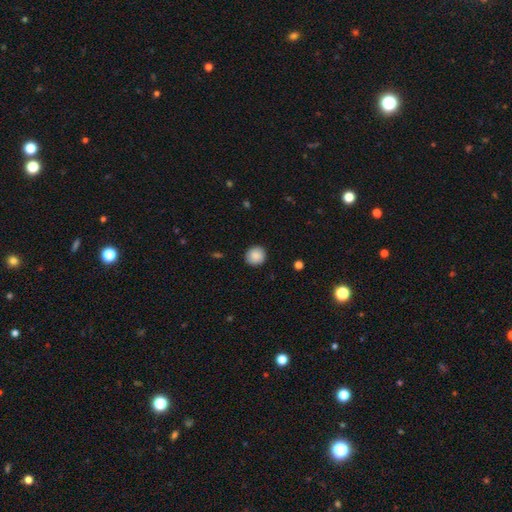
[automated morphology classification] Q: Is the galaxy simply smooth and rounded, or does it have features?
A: smooth — 88%.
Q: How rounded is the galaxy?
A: round — 89%.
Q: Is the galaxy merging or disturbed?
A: none — 89%.